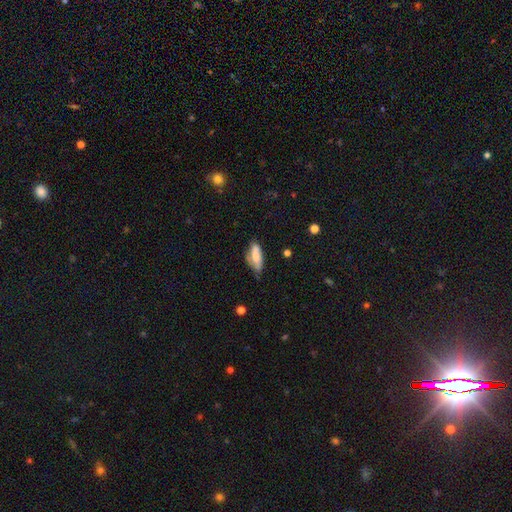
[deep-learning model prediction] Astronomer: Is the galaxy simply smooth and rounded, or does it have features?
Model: smooth — 68%.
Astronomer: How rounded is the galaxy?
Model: in between — 73%.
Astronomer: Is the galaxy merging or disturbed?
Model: none — 47% (runner-up: minor disturbance, 36%).